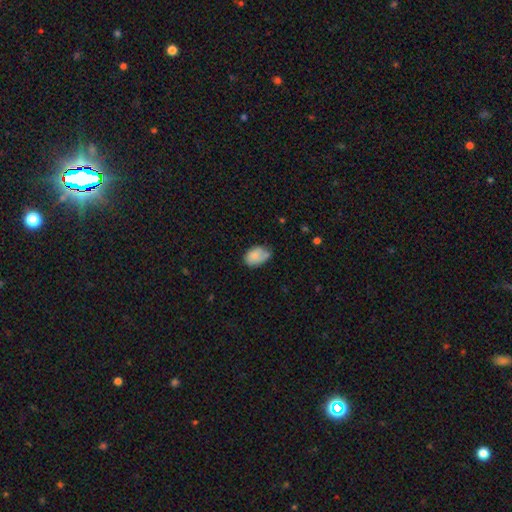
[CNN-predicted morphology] Q: Smooth or featured?
A: smooth (76%); runner-up: featured or disk (15%)
Q: How rounded?
A: in between (80%); runner-up: round (19%)
Q: Merging?
A: none (47%); runner-up: minor disturbance (37%)